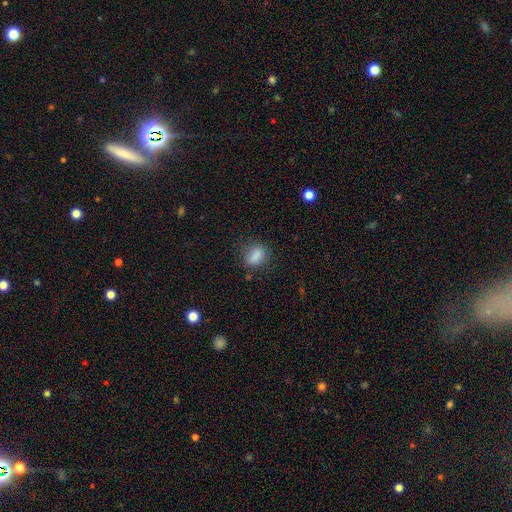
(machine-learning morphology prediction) Smooth or featured: smooth — 84% (star or artifact — 10%)
How rounded: in between — 71% (round — 24%)
Merging: none — 76% (minor disturbance — 16%)